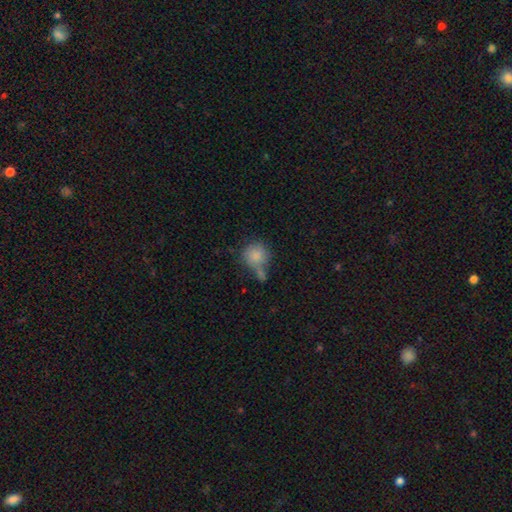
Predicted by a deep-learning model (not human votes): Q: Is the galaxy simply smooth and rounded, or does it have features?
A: smooth — 83%.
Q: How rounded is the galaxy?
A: round — 87%.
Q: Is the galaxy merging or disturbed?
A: none — 46%.